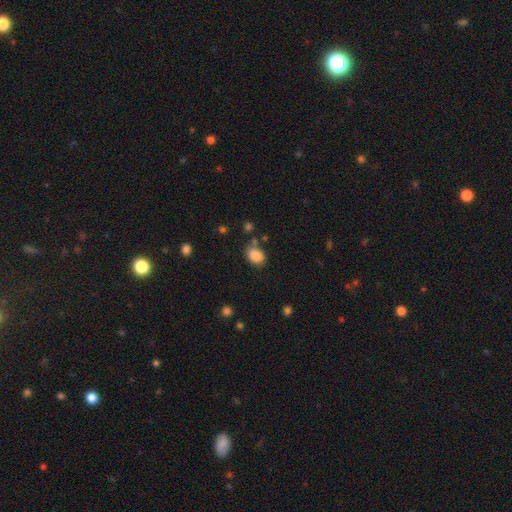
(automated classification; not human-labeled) A smooth galaxy with no disk features (85%) that is in between round and cigar-shaped (66%). Merging: none (75%).